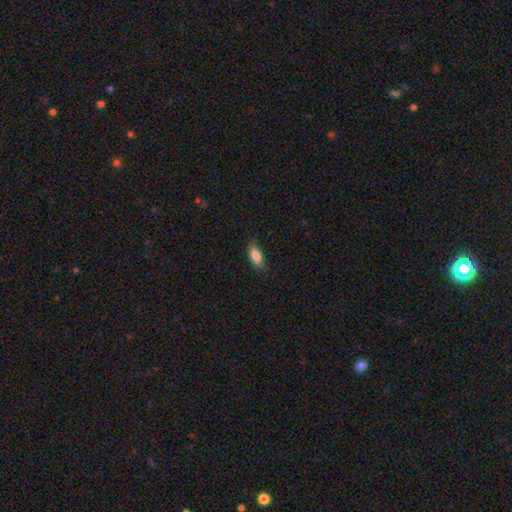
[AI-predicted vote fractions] smooth 84%, featured or disk 9%, star or artifact 7%. Down the decision tree: how rounded — in between (79%); merging — none (84%).